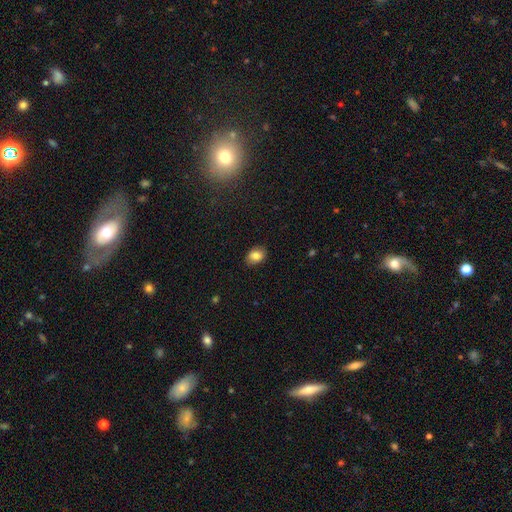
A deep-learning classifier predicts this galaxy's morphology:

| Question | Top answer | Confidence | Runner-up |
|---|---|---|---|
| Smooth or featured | smooth | 83% | star or artifact (9%) |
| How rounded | in between | 74% | round (25%) |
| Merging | none | 85% | minor disturbance (11%) |